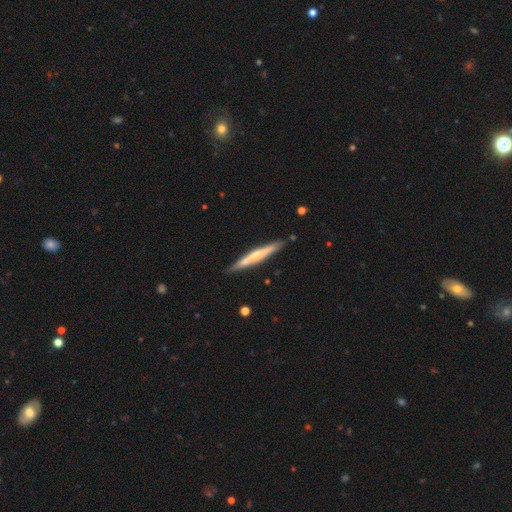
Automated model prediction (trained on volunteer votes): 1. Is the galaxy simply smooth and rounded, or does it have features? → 56% featured or disk, 38% smooth, 5% star or artifact.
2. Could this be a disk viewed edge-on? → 96% yes, 4% no.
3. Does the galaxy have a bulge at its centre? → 53% rounded, 38% none, 9% boxy.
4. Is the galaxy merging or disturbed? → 85% none, 10% minor disturbance, 3% merger, 2% major disturbance.